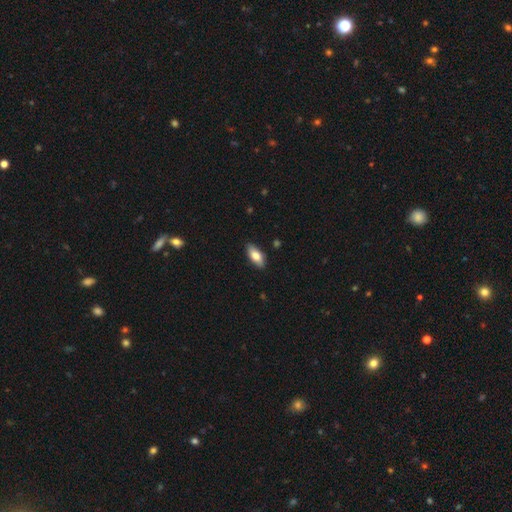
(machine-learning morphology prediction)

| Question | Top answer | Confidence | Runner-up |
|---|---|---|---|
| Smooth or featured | smooth | 77% | featured or disk (17%) |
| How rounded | in between | 85% | cigar-shaped (12%) |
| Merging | none | 87% | minor disturbance (10%) |